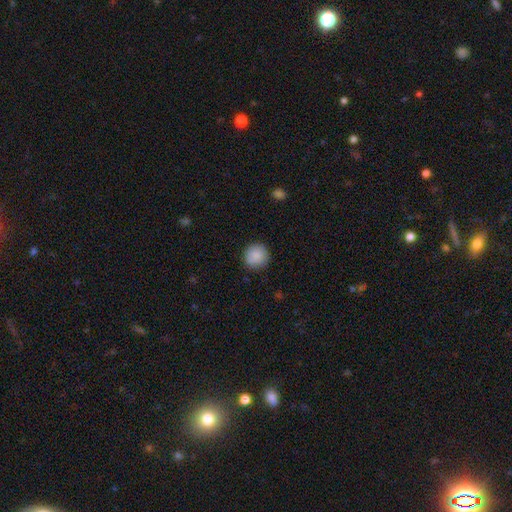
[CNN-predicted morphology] Smooth or featured? smooth (88%)
How rounded? round (94%)
Merging? none (88%)